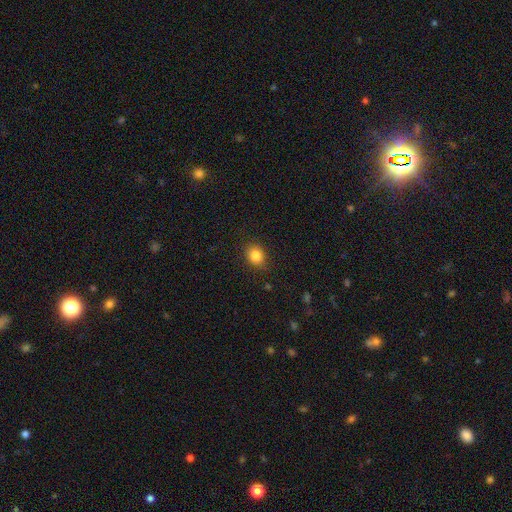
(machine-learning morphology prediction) This is clearly a smooth galaxy (85%). How rounded: likely round (60%). Merging: clearly none (86%).